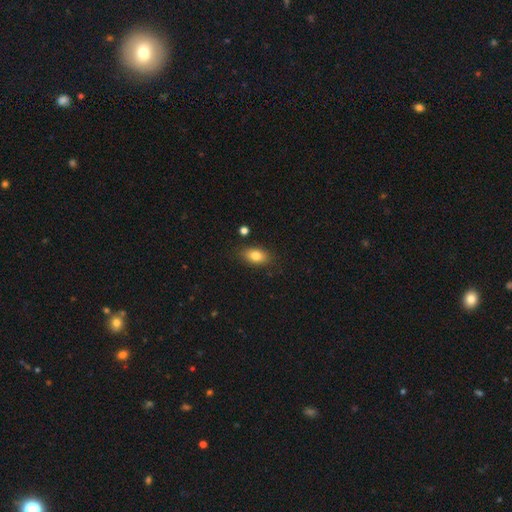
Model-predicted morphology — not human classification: type=smooth (82%); roundness=in between (87%); merging=none (84%).